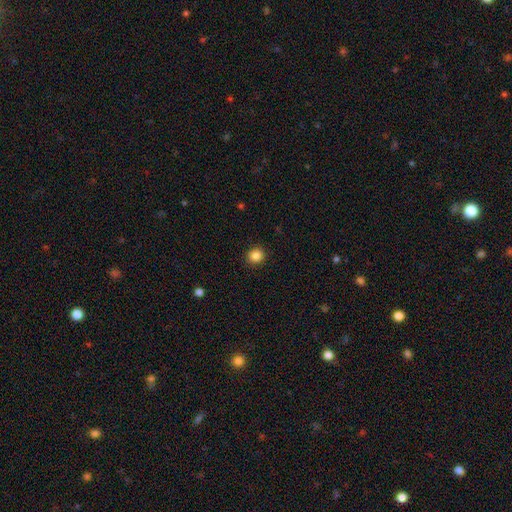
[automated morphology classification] This is clearly a smooth galaxy (85%). How rounded: clearly round (89%). Merging: clearly none (91%).